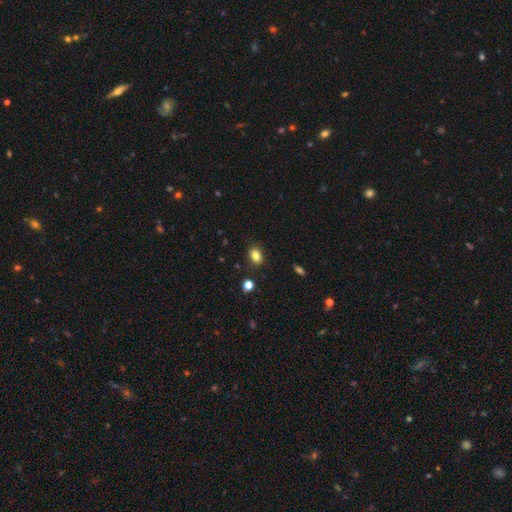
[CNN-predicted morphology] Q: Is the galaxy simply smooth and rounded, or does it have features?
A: smooth — 83%.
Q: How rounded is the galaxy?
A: in between — 70%.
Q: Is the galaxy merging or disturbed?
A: none — 85%.